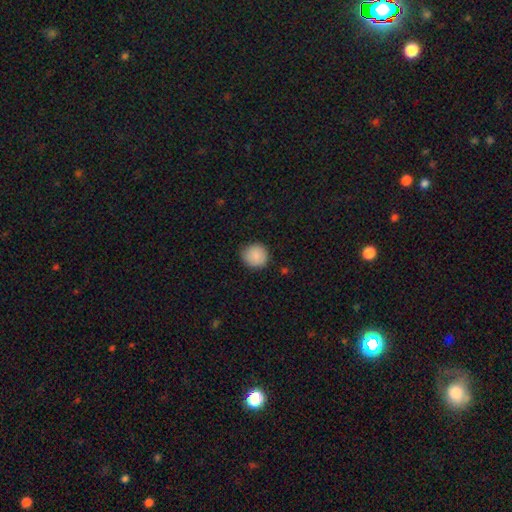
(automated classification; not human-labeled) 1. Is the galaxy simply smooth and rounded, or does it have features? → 88% smooth, 8% star or artifact, 4% featured or disk.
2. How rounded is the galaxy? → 91% round, 8% in between, 1% cigar-shaped.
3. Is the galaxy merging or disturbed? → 85% none, 12% minor disturbance, 2% major disturbance, 1% merger.